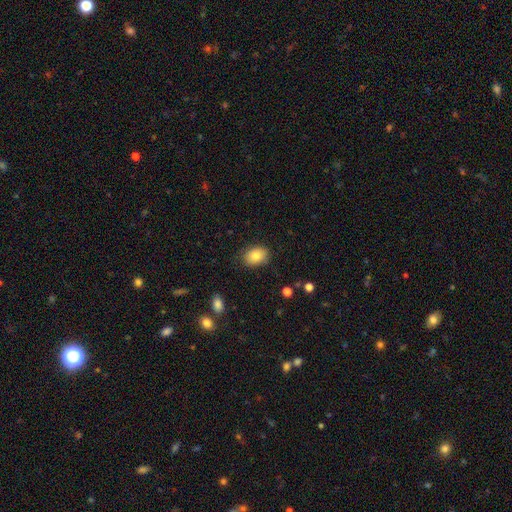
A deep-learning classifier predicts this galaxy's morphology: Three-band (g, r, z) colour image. It shows a smooth galaxy with no disk features (82%) that is in between round and cigar-shaped (76%). Merging: none (84%).